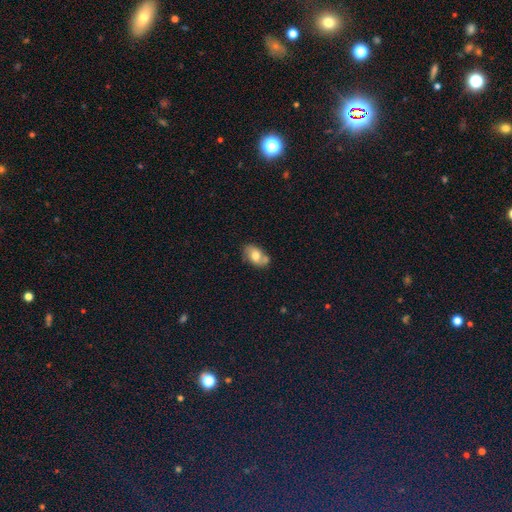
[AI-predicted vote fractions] This appears to be a smooth galaxy with no disk features (66%) that is in between round and cigar-shaped (87%). Merging: none (54%).